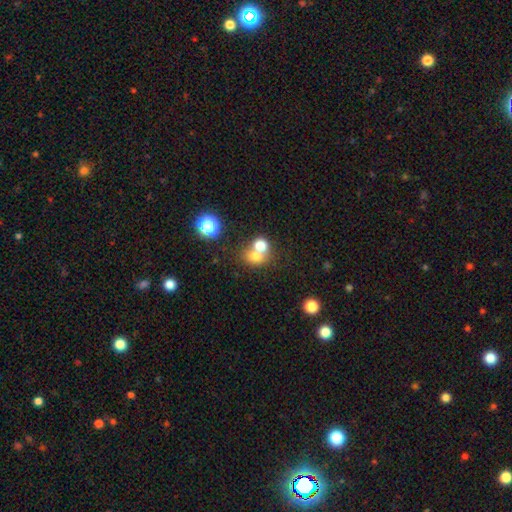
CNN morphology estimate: smooth 72%, star or artifact 15%, featured or disk 13%. Down the decision tree: how rounded — round (64%); merging — merger (54%).